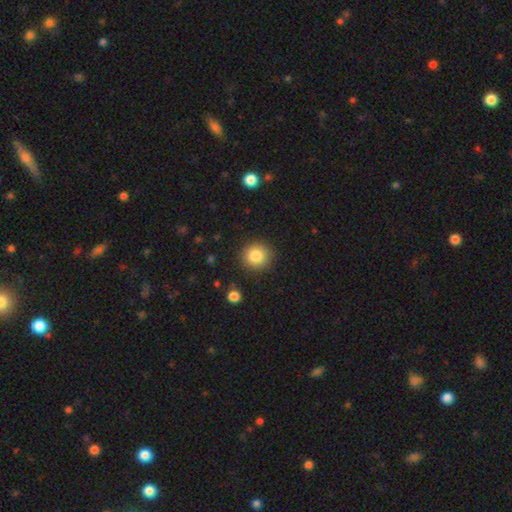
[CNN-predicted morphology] Smooth or featured: smooth — 84% (star or artifact — 10%)
How rounded: round — 92% (in between — 7%)
Merging: none — 89% (minor disturbance — 7%)